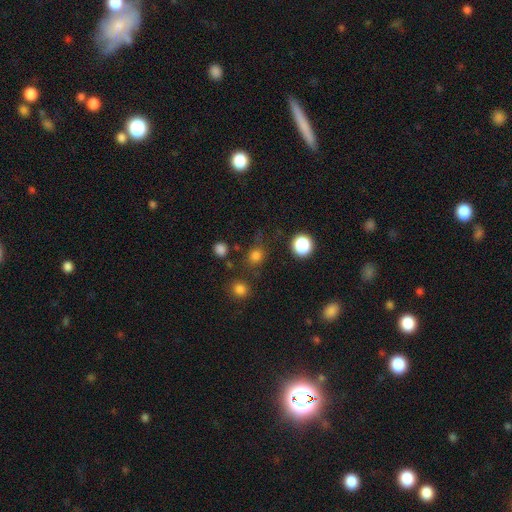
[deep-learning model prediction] smooth-or-featured: smooth: 76% | star or artifact: 19% | featured or disk: 5%
  how-rounded: round: 82% | in between: 17% | cigar-shaped: 1%
  merging: none: 75% | minor disturbance: 13% | major disturbance: 6% | merger: 6%